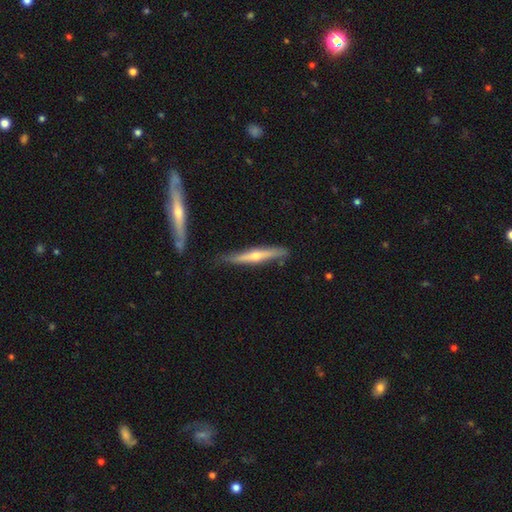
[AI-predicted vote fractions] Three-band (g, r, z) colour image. It shows a featured or disk galaxy (70%) viewed edge-on (95%) with a rounded central bulge (88%). Merging: none (80%).